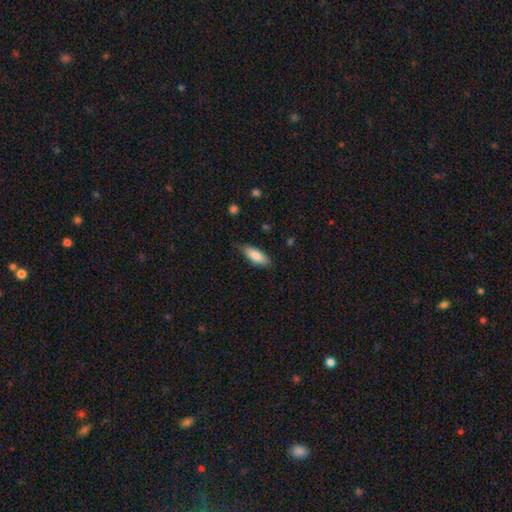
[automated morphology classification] The model was most divided on "how rounded": in between: 74%, cigar-shaped: 24%, round: 2%. More confident: smooth or featured — smooth (83%); merging — none (76%).